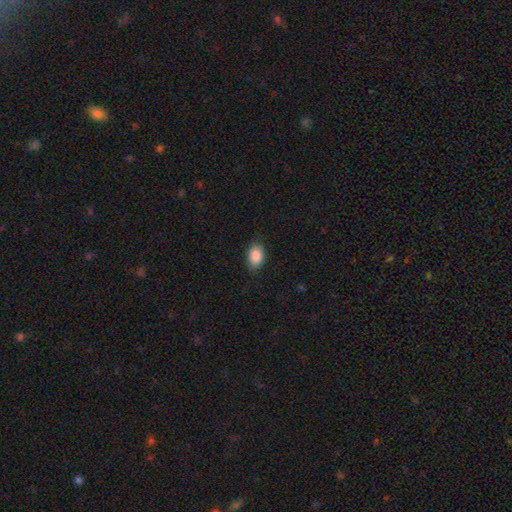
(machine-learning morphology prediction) This appears to be a smooth galaxy with no disk features (89%) that is in between round and cigar-shaped (87%). Merging: none (84%).